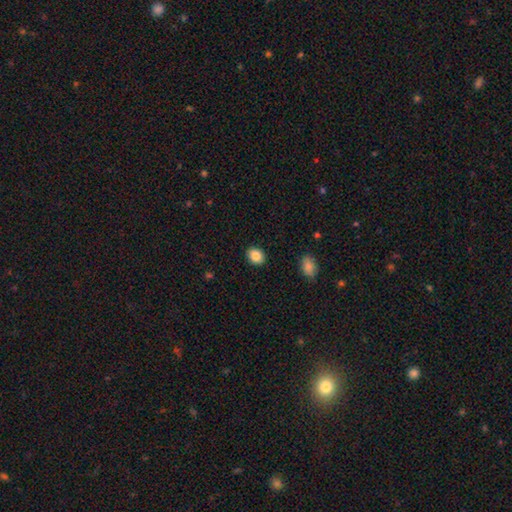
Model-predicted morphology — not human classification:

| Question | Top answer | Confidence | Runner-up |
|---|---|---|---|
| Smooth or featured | smooth | 86% | star or artifact (9%) |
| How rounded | in between | 52% | round (47%) |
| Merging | none | 90% | minor disturbance (7%) |